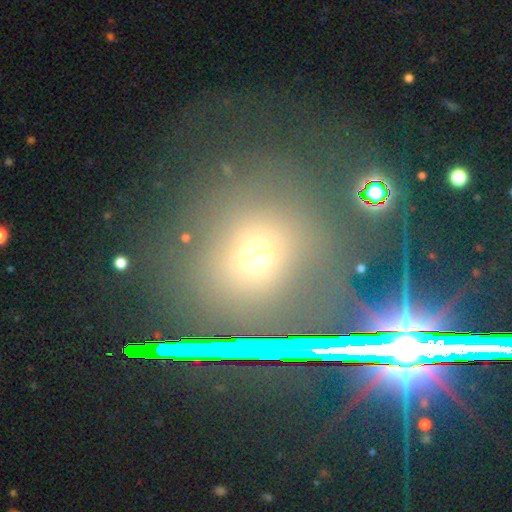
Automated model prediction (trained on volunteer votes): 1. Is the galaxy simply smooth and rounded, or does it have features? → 64% smooth, 23% star or artifact, 12% featured or disk.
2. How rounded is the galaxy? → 68% round, 30% in between, 2% cigar-shaped.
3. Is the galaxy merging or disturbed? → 70% none, 12% minor disturbance, 9% merger, 9% major disturbance.